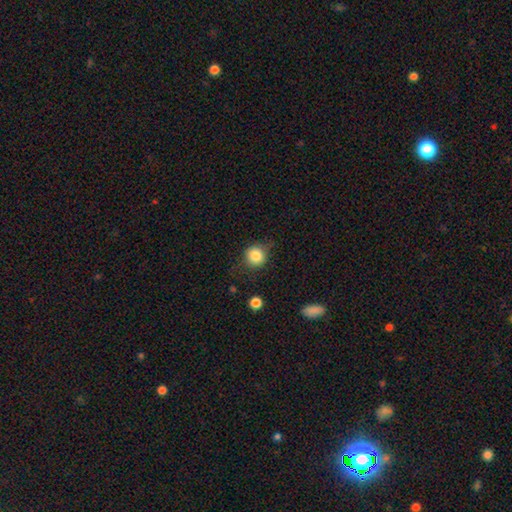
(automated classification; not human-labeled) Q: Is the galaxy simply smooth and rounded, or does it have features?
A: smooth — 82%.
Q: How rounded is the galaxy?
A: round — 88%.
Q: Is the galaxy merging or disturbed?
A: none — 73%.